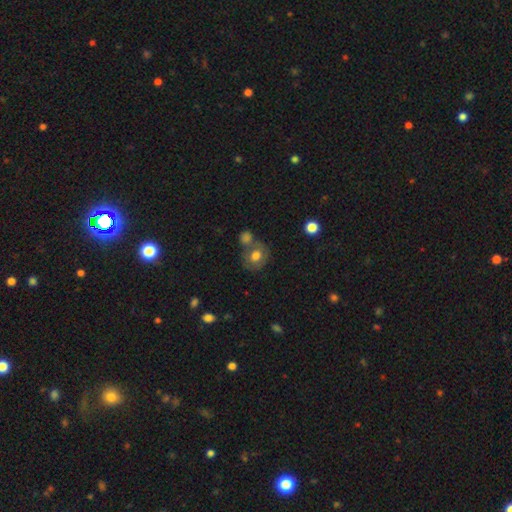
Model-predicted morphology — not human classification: This is likely a smooth galaxy (68%). How rounded: likely round (70%). Merging: possibly none (50%).